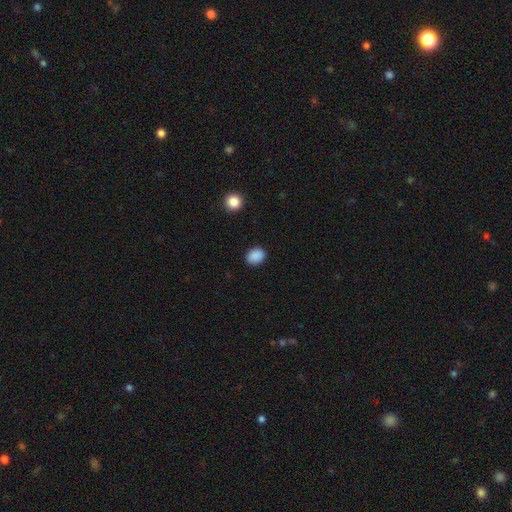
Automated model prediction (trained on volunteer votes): smooth 89%, star or artifact 9%, featured or disk 2%. Down the decision tree: how rounded — round (52%); merging — none (89%).